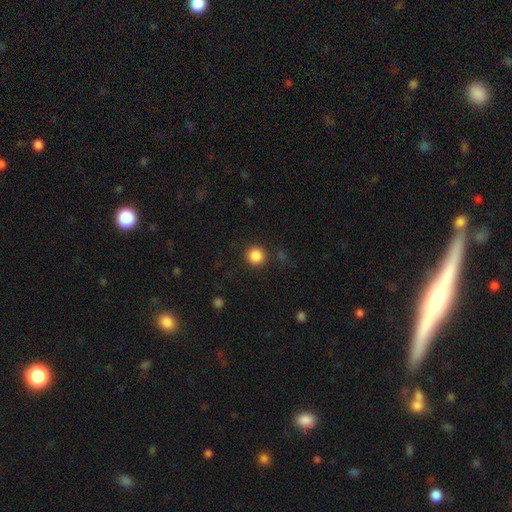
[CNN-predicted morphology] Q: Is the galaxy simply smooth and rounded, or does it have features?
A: smooth — 86%.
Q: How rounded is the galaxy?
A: round — 95%.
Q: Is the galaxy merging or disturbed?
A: none — 90%.